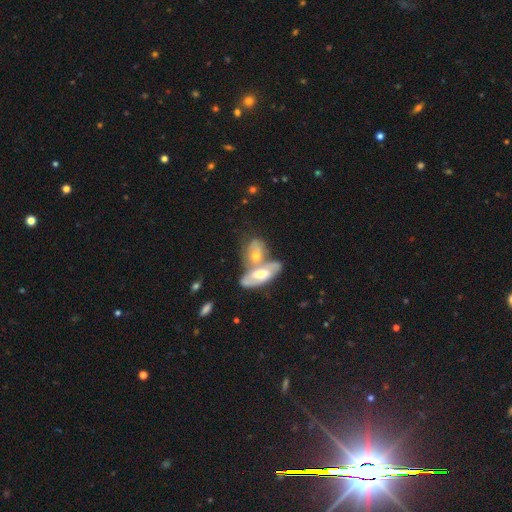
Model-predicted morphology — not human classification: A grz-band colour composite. It shows a featured or disk galaxy (51%). Merging: merger (60%).